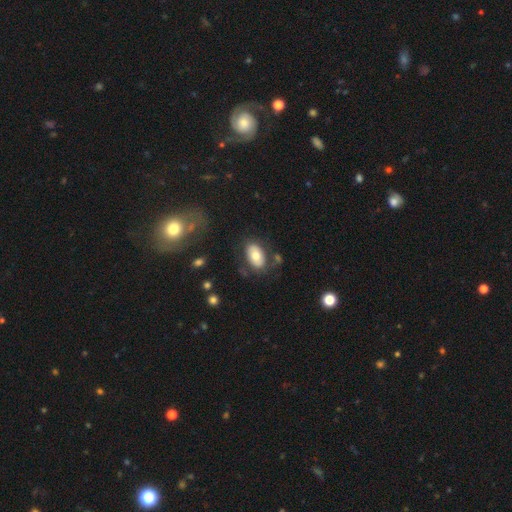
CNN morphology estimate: smooth_or_featured: smooth (p=0.71) [alt: featured or disk p=0.22]
how_rounded: in between (p=0.92) [alt: round p=0.07]
merging: none (p=0.73) [alt: minor disturbance p=0.15]